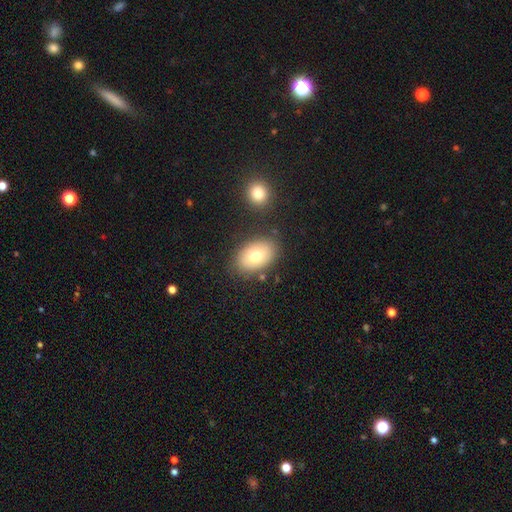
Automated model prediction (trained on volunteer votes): Q: Smooth or featured?
A: smooth (77%); runner-up: featured or disk (16%)
Q: How rounded?
A: in between (86%); runner-up: round (13%)
Q: Merging?
A: none (79%); runner-up: minor disturbance (12%)